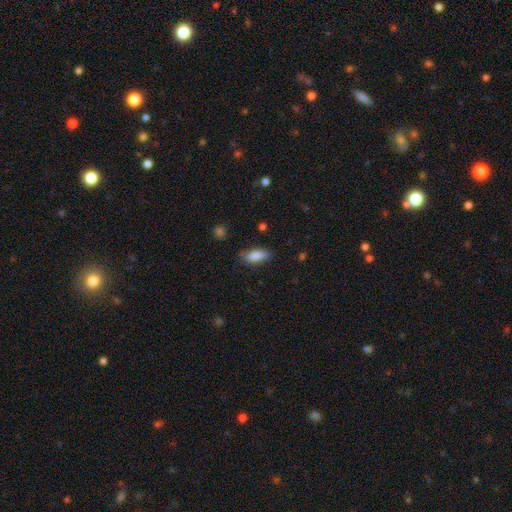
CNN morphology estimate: Smooth or featured?
  - smooth: 86% *
  - featured or disk: 7%
  - star or artifact: 7%
How rounded?
  - in between: 82% *
  - cigar-shaped: 16%
  - round: 2%
Merging?
  - none: 80% *
  - minor disturbance: 16%
  - major disturbance: 3%
  - merger: 1%